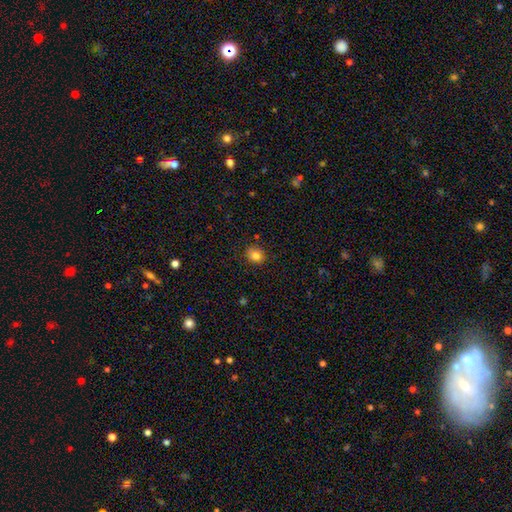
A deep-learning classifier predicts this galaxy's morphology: smooth_or_featured: smooth (p=0.83) [alt: star or artifact p=0.11]
how_rounded: round (p=0.63) [alt: in between p=0.36]
merging: none (p=0.84) [alt: minor disturbance p=0.12]